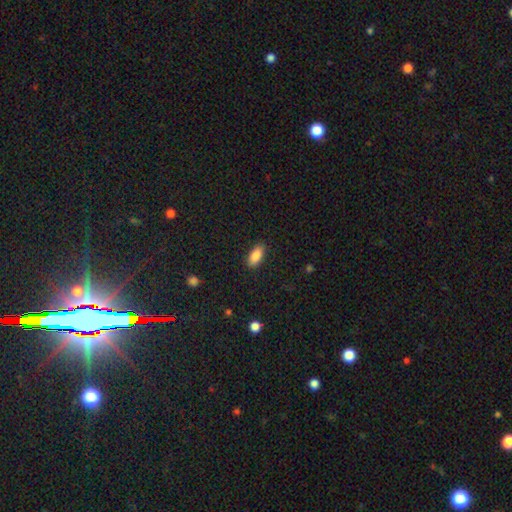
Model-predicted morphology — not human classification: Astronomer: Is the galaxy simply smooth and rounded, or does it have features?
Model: smooth — 87%.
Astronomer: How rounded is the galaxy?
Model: in between — 88%.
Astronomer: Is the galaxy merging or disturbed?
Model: none — 88%.